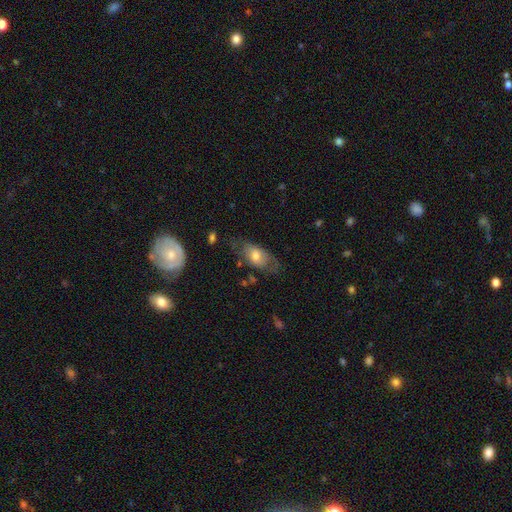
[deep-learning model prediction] Overall: smooth (55%; featured or disk 37%). How rounded: in between (87%). Merging: none (55%; minor disturbance 25%).